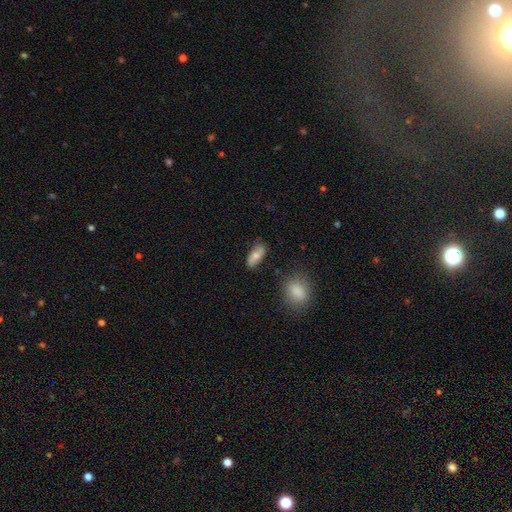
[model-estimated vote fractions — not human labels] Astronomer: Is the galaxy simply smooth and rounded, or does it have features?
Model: smooth — 63%.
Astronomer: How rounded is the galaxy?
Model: in between — 81%.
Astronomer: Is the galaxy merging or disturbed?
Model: none — 77%.